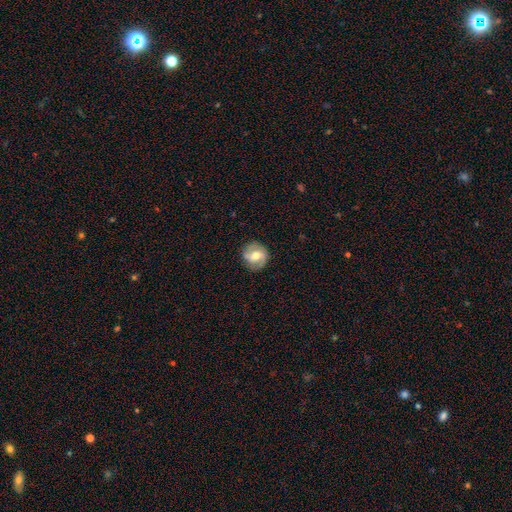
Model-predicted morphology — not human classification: featured or disk 58%, smooth 34%, star or artifact 7%. Down the decision tree: edge-on disk — no (97%); bar — weak (44%); spiral arms — yes (82%); bulge size — moderate (70%); merging — none (80%).